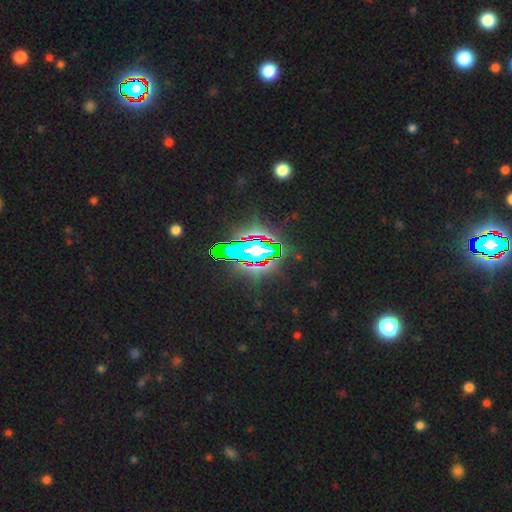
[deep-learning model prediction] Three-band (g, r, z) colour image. It shows a star or artifact, not a galaxy (81%).